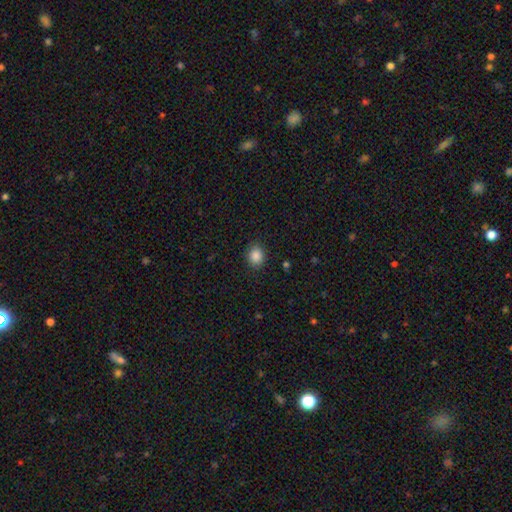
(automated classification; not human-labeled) Smooth or featured? Predicted: smooth (p=0.87). How rounded? Predicted: round (p=0.56). Merging? Predicted: none (p=0.88).